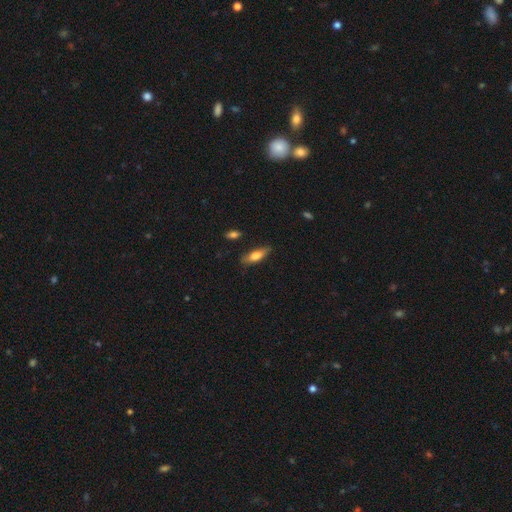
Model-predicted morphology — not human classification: smooth 71%, featured or disk 23%, star or artifact 6%. Down the decision tree: how rounded — in between (55%); merging — none (79%).